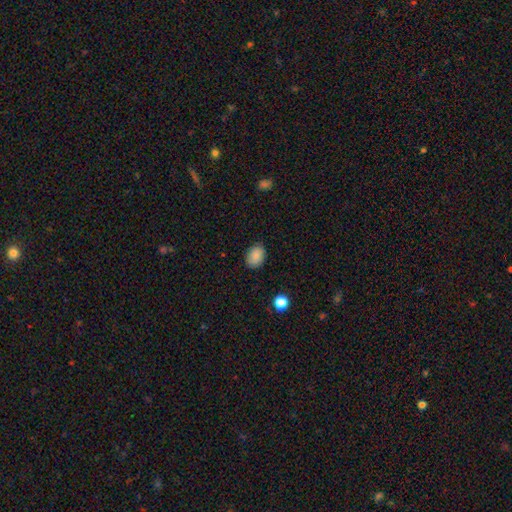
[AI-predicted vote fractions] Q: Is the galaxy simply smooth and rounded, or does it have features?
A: smooth — 87%.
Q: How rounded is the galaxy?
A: in between — 74%.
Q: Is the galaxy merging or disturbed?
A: none — 84%.